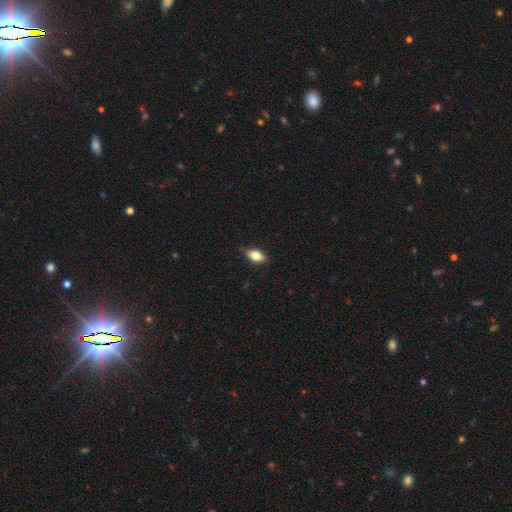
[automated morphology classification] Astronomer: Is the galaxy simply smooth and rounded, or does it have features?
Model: smooth — 74%.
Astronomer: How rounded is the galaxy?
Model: in between — 83%.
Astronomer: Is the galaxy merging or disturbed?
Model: none — 74%.